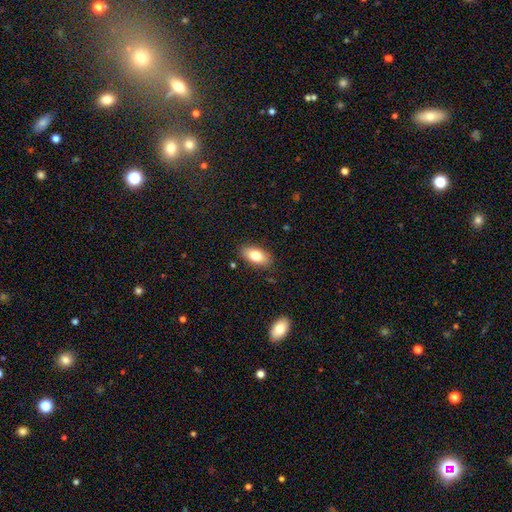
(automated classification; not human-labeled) Smooth or featured?
  - smooth: 79% *
  - featured or disk: 14%
  - star or artifact: 7%
How rounded?
  - in between: 90% *
  - cigar-shaped: 6%
  - round: 4%
Merging?
  - none: 86% *
  - minor disturbance: 10%
  - major disturbance: 2%
  - merger: 1%